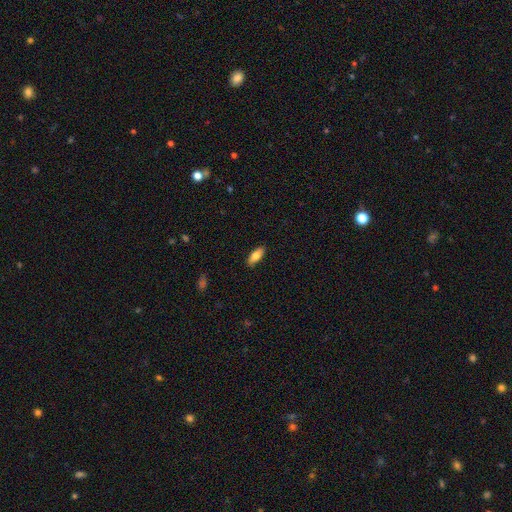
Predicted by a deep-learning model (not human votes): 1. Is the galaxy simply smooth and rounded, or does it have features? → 78% smooth, 16% featured or disk, 6% star or artifact.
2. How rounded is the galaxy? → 79% in between, 19% cigar-shaped, 2% round.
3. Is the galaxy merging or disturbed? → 88% none, 9% minor disturbance, 2% major disturbance, 1% merger.